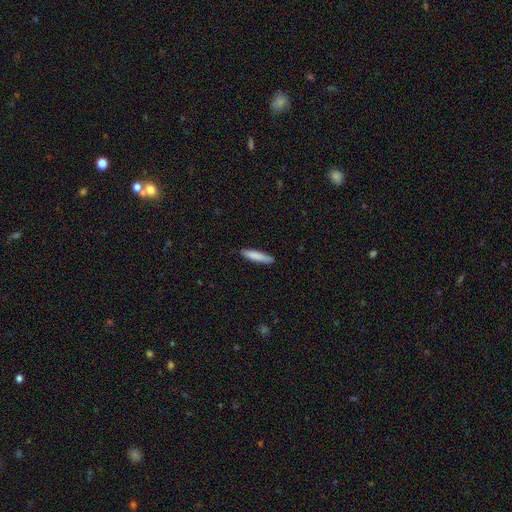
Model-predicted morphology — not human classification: Smooth or featured? Predicted: smooth (p=0.84). How rounded? Predicted: cigar-shaped (p=0.84). Merging? Predicted: none (p=0.84).